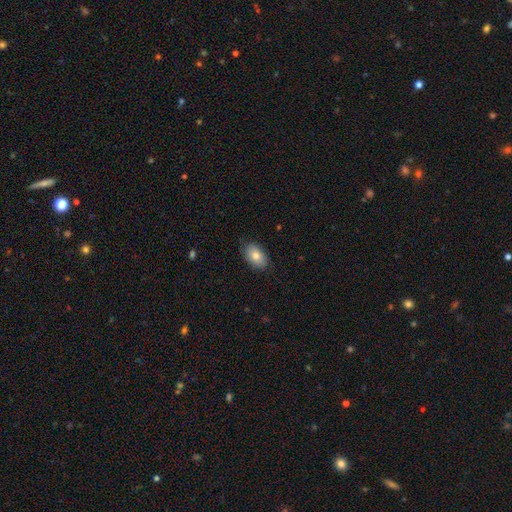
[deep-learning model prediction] A smooth galaxy with no disk features (76%) that is in between round and cigar-shaped (90%). Merging: none (80%).